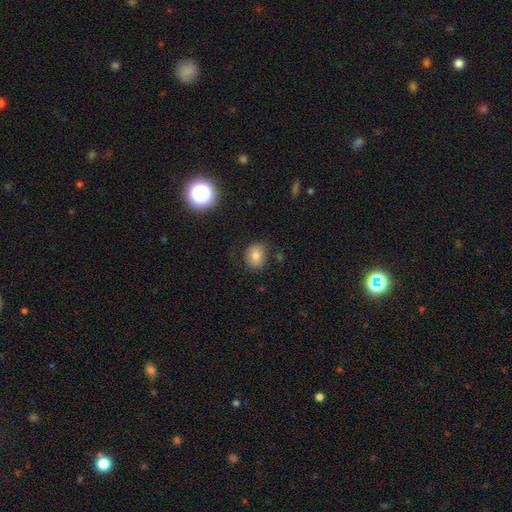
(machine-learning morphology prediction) Smooth or featured? smooth (75%)
How rounded? round (64%)
Merging? none (76%)